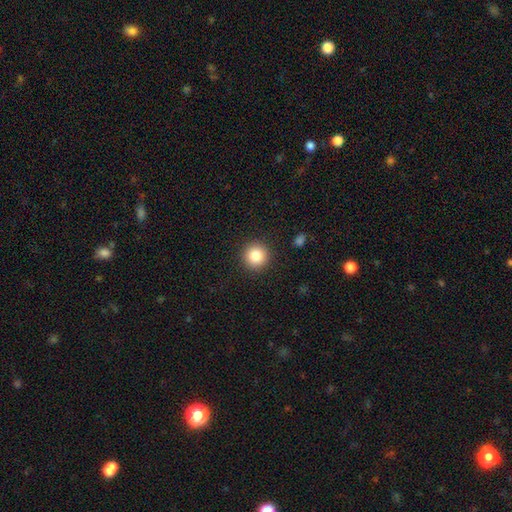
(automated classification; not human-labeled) The model was most divided on "smooth or featured": smooth: 85%, star or artifact: 9%, featured or disk: 6%. More confident: how rounded — round (95%); merging — none (91%).